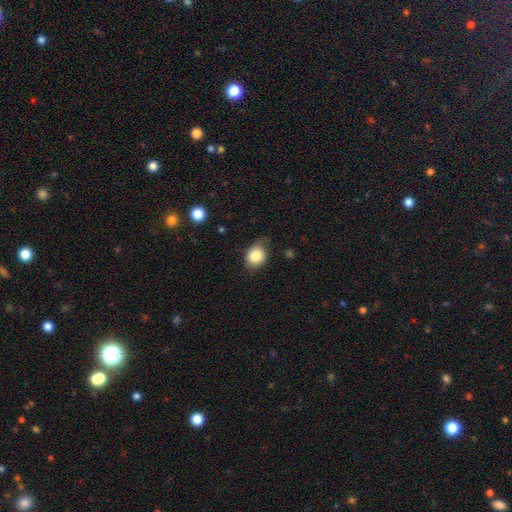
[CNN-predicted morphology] A smooth galaxy with no disk features (83%) that is round (60%).

Vote fractions:
- Smooth or featured? smooth: 83% / star or artifact: 9% / featured or disk: 8%
- How rounded? round: 60% / in between: 39% / cigar-shaped: 1%
- Merging? none: 57% / minor disturbance: 32% / major disturbance: 9% / merger: 2%